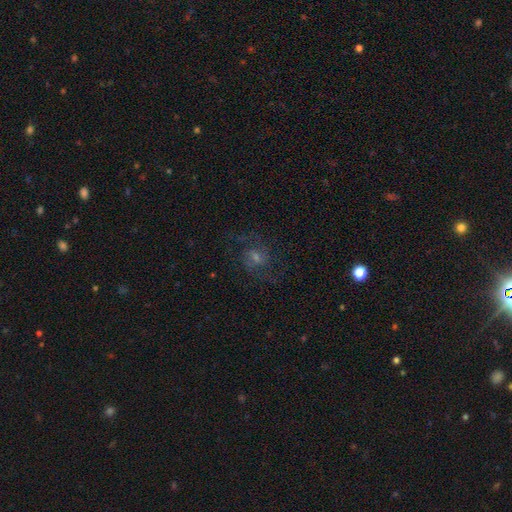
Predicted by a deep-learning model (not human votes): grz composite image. It shows a featured or disk galaxy (67%) with no bar (51%), 2 (78%) medium (53%) spiral arms (92%) and a small central bulge (46%). Merging: none (73%).